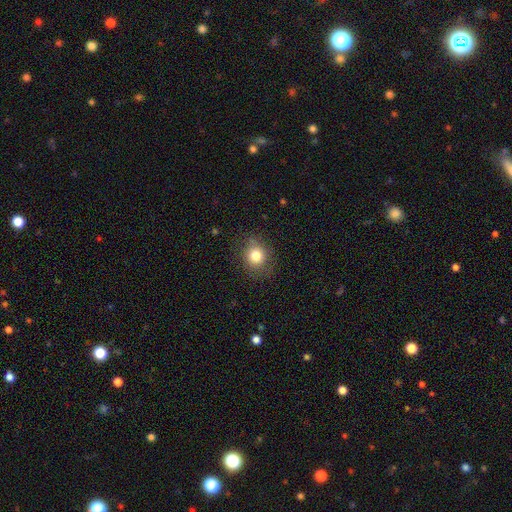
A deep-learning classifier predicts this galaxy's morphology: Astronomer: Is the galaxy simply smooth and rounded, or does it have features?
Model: smooth — 80%.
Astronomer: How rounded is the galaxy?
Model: round — 76%.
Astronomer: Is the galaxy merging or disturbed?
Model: none — 80%.